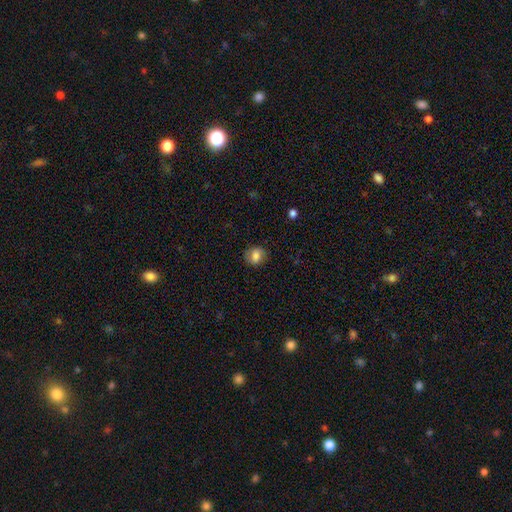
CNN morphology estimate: This appears to be a smooth galaxy with no disk features (77%) that is round (63%). Merging: none (79%).